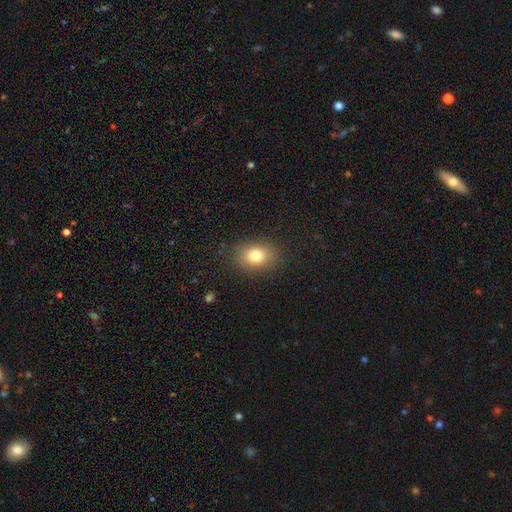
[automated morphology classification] smooth-or-featured: smooth: 79% | star or artifact: 11% | featured or disk: 10%
  how-rounded: in between: 67% | round: 31% | cigar-shaped: 1%
  merging: none: 86% | minor disturbance: 9% | major disturbance: 3% | merger: 1%